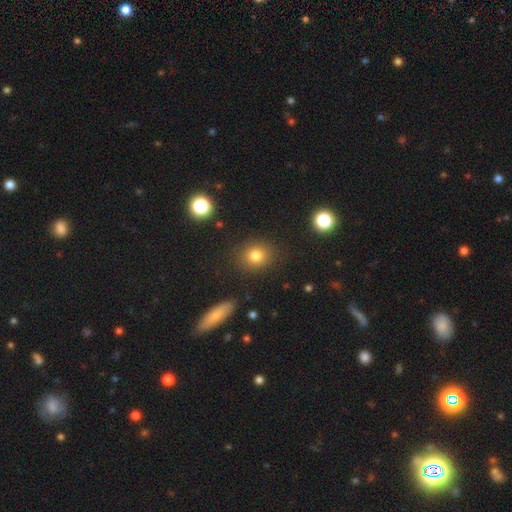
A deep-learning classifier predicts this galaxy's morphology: This is likely a smooth galaxy (80%). How rounded: likely round (74%). Merging: clearly none (86%).